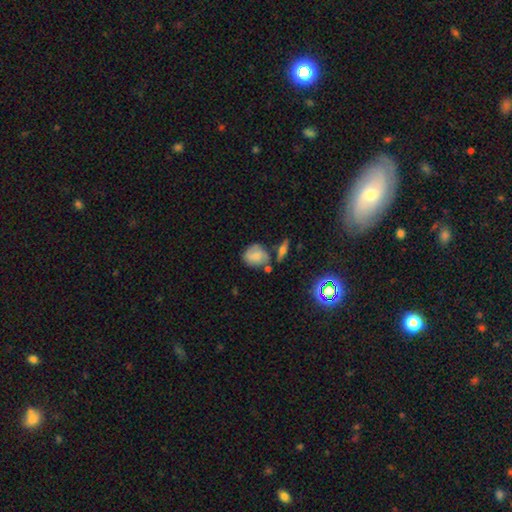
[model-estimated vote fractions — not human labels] Smooth or featured?
  - smooth: 66% *
  - featured or disk: 25%
  - star or artifact: 10%
How rounded?
  - round: 62% *
  - in between: 36%
  - cigar-shaped: 2%
Merging?
  - none: 52% *
  - minor disturbance: 25%
  - merger: 15%
  - major disturbance: 8%